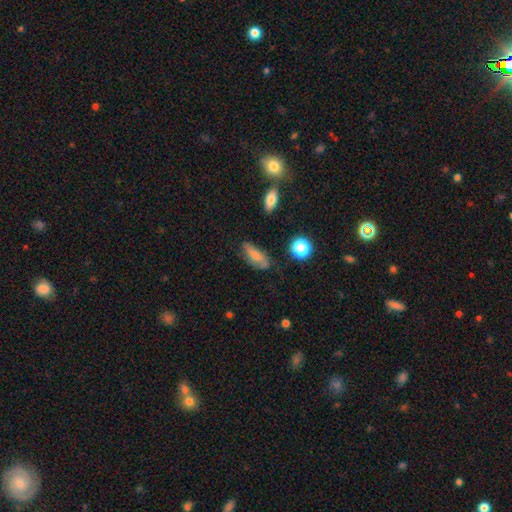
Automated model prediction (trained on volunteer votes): smooth 69%, featured or disk 21%, star or artifact 10%. Down the decision tree: how rounded — in between (75%); merging — none (61%).